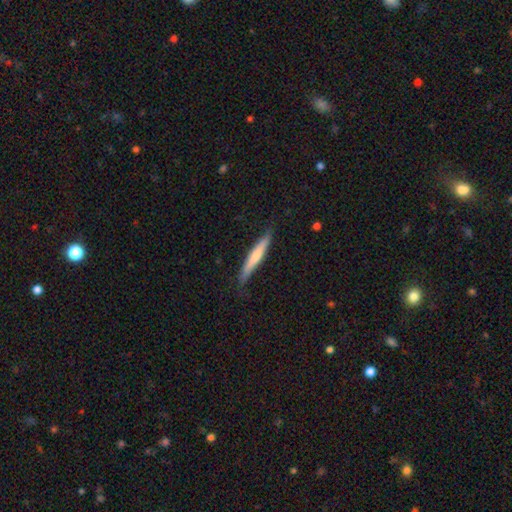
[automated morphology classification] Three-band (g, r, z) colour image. It shows a smooth galaxy with no disk features (49%). Merging: none (81%).